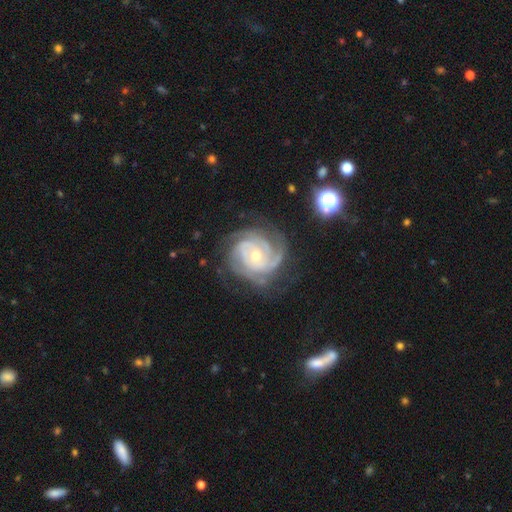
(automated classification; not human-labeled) Overall: featured or disk (91%). Edge-on disk: no (98%). Bar: no (69%). Spiral arms: yes (98%). Spiral arm count: 3 (36%; 4 17%). Spiral winding: tight (74%). Bulge size: small (51%; moderate 45%). Merging: none (71%).